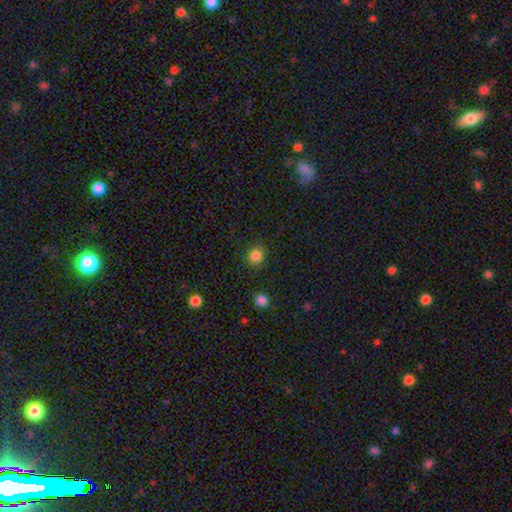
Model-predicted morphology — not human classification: A smooth galaxy with no disk features (84%) that is round (89%).

Vote fractions:
- Smooth or featured? smooth: 84% / star or artifact: 12% / featured or disk: 4%
- How rounded? round: 89% / in between: 10% / cigar-shaped: 1%
- Merging? none: 90% / minor disturbance: 6% / major disturbance: 2% / merger: 1%